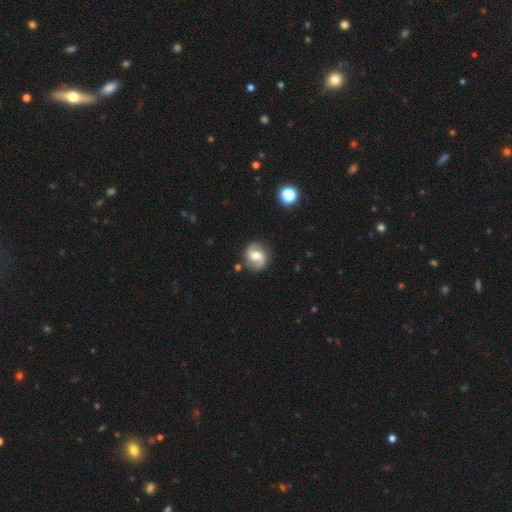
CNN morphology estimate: Smooth or featured? featured or disk (77%)
Edge-on disk? no (98%)
Bar? weak (46%)
Spiral arms? yes (94%)
Spiral winding? medium (48%)
Spiral arm count? 2 (92%)
Bulge size? moderate (69%)
Merging? none (84%)